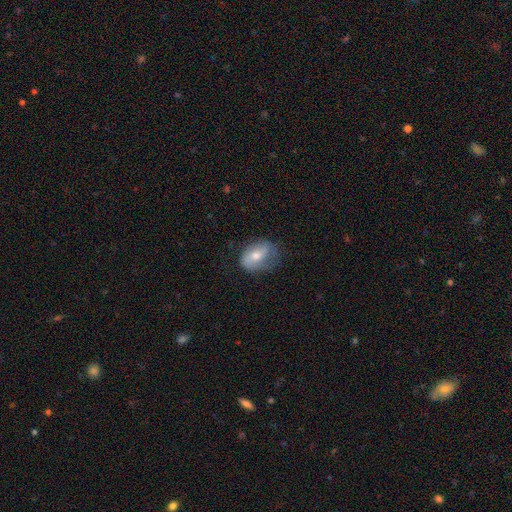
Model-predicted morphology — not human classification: A smooth galaxy with no disk features (53%) that is in between round and cigar-shaped (78%).

Vote fractions:
- Smooth or featured? smooth: 53% / featured or disk: 40% / star or artifact: 7%
- How rounded? in between: 78% / round: 20% / cigar-shaped: 2%
- Merging? none: 58% / minor disturbance: 29% / major disturbance: 12% / merger: 1%